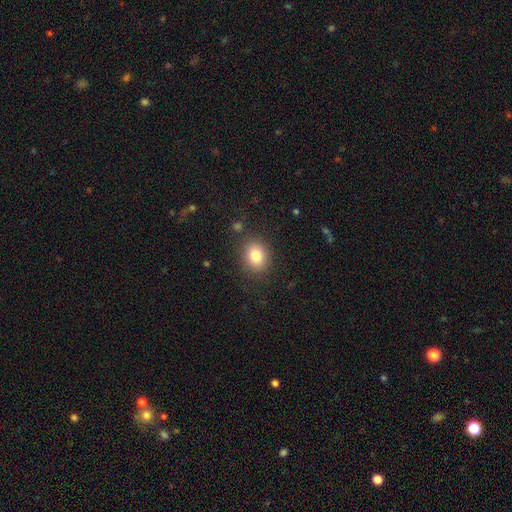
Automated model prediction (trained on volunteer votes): The model was most divided on "how rounded": round: 54%, in between: 45%, cigar-shaped: 1%. More confident: merging — none (85%); smooth or featured — smooth (82%).